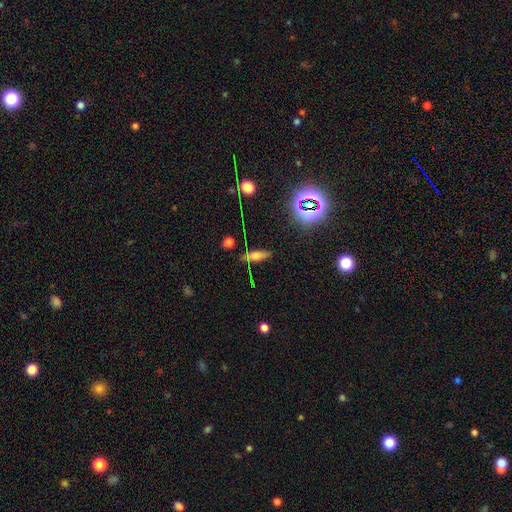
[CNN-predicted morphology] This appears to be a smooth galaxy with no disk features (52%) that is cigar-shaped (48%). Merging: none (73%).